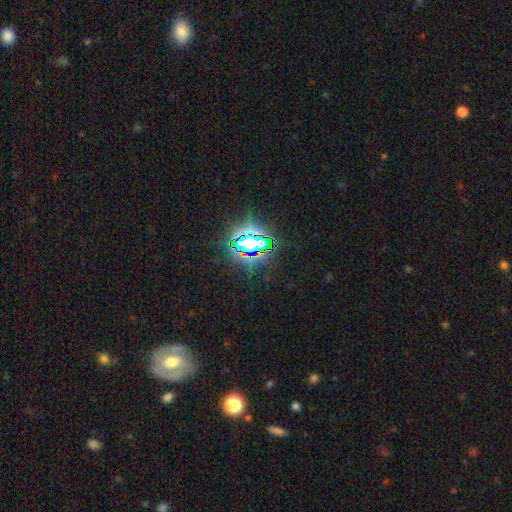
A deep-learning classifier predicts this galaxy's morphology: This appears to be a star or artifact, not a galaxy (72%).